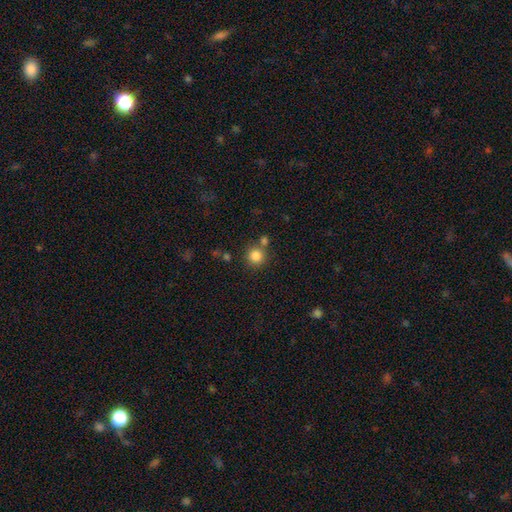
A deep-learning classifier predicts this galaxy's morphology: smooth 83%, star or artifact 11%, featured or disk 5%. Down the decision tree: how rounded — round (93%); merging — none (74%).